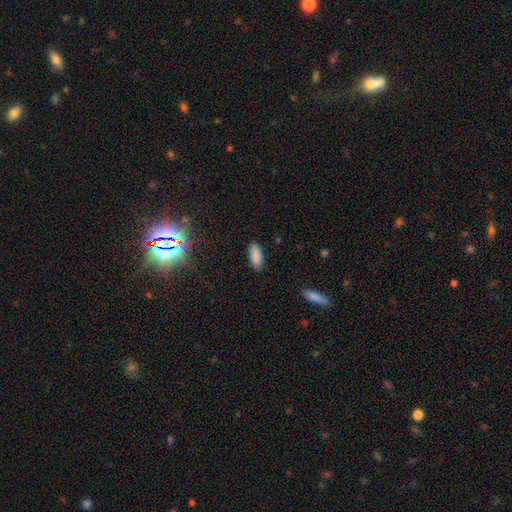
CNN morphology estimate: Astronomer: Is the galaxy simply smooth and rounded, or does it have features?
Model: smooth — 88%.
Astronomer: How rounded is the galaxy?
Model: in between — 83%.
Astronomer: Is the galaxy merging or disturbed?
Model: none — 88%.